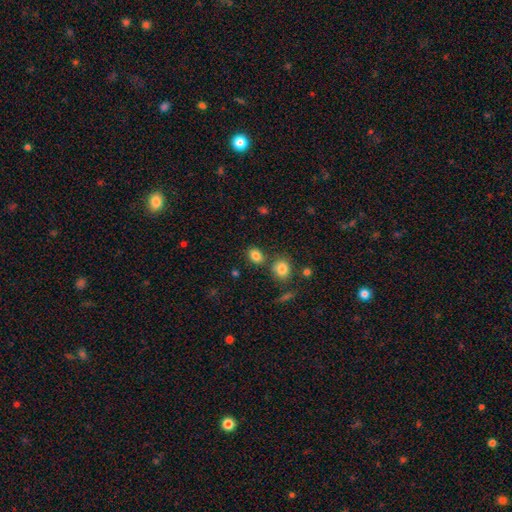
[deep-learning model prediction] This appears to be a smooth galaxy with no disk features (84%) that is in between round and cigar-shaped (68%). Merging: none (73%).